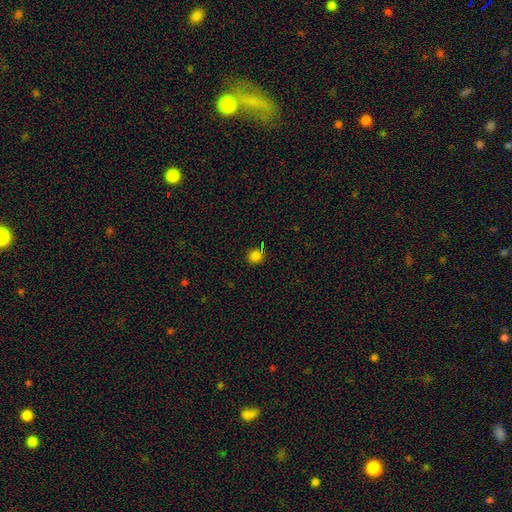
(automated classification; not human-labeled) A smooth galaxy with no disk features (79%) that is round (91%). Merging: none (85%).